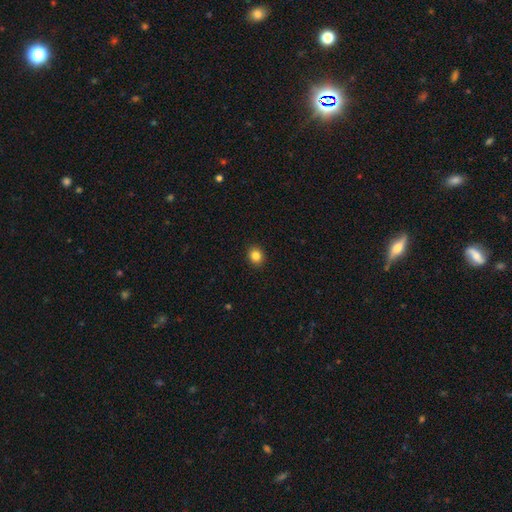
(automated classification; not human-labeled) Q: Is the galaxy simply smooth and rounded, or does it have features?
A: smooth — 84%.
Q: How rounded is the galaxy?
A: round — 71%.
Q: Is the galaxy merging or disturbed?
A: none — 92%.